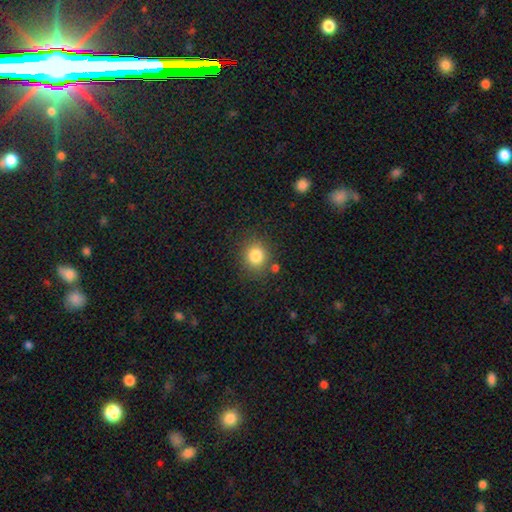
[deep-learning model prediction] The model was most divided on "how rounded": round: 79%, in between: 20%, cigar-shaped: 1%. More confident: smooth or featured — smooth (83%); merging — none (81%).